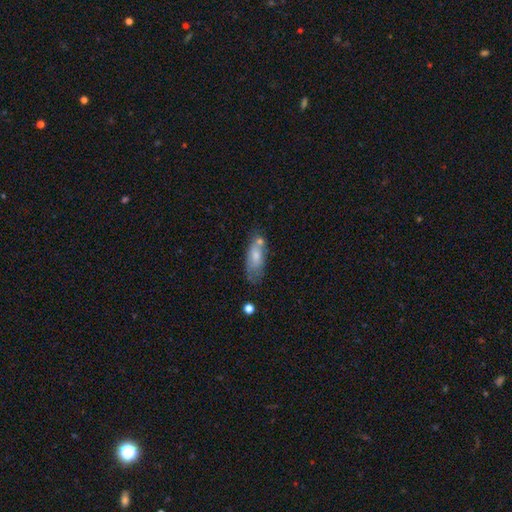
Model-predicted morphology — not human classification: Smooth or featured?
  - smooth: 65% *
  - featured or disk: 27%
  - star or artifact: 7%
How rounded?
  - in between: 76% *
  - cigar-shaped: 21%
  - round: 3%
Merging?
  - none: 43% *
  - minor disturbance: 27%
  - merger: 18%
  - major disturbance: 12%